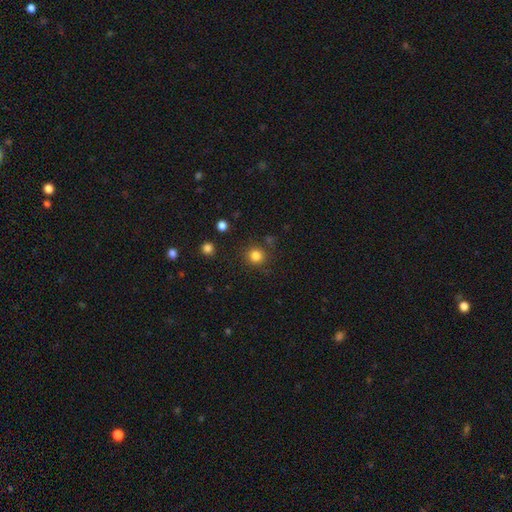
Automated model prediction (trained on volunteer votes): smooth_or_featured: smooth (p=0.82) [alt: star or artifact p=0.13]
how_rounded: round (p=0.92) [alt: in between p=0.07]
merging: none (p=0.85) [alt: minor disturbance p=0.08]